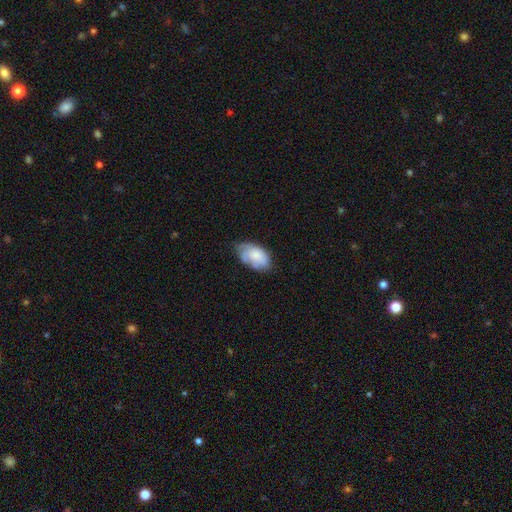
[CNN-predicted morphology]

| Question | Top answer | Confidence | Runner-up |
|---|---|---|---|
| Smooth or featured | smooth | 68% | featured or disk (25%) |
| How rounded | in between | 93% | round (6%) |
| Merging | none | 51% | minor disturbance (35%) |